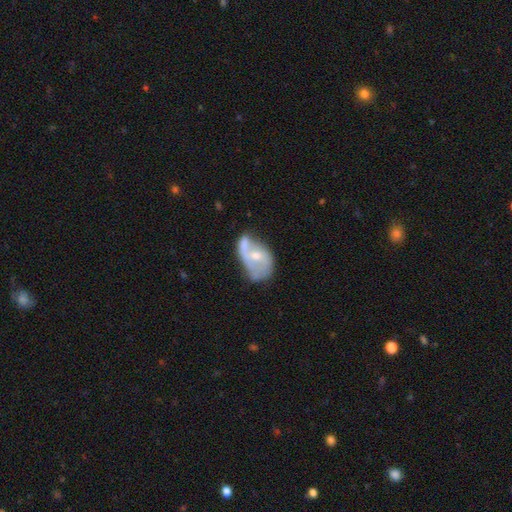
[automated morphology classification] Smooth or featured?
  - featured or disk: 56% *
  - smooth: 37%
  - star or artifact: 7%
Edge-on disk?
  - no: 96% *
  - yes: 4%
Bar?
  - no: 72% *
  - weak: 23%
  - strong: 5%
Spiral arms?
  - no: 55% *
  - yes: 45%
Bulge size?
  - moderate: 49% *
  - small: 43%
  - none: 4%
  - large: 3%
  - dominant: 1%
Merging?
  - major disturbance: 28% *
  - minor disturbance: 26%
  - merger: 25%
  - none: 21%